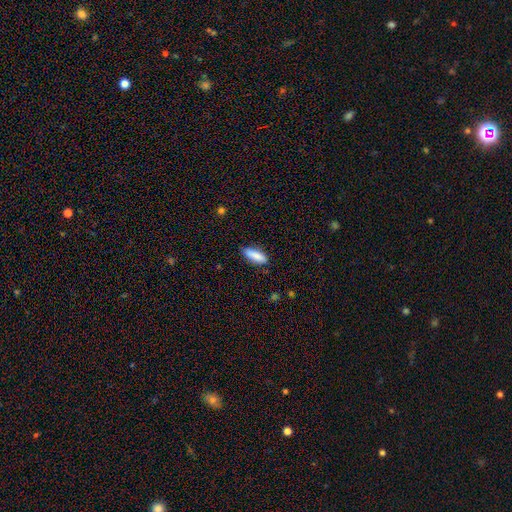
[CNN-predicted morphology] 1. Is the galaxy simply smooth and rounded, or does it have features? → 86% smooth, 8% featured or disk, 6% star or artifact.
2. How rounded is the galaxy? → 60% in between, 38% cigar-shaped, 2% round.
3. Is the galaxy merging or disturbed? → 79% none, 17% minor disturbance, 3% major disturbance, 2% merger.